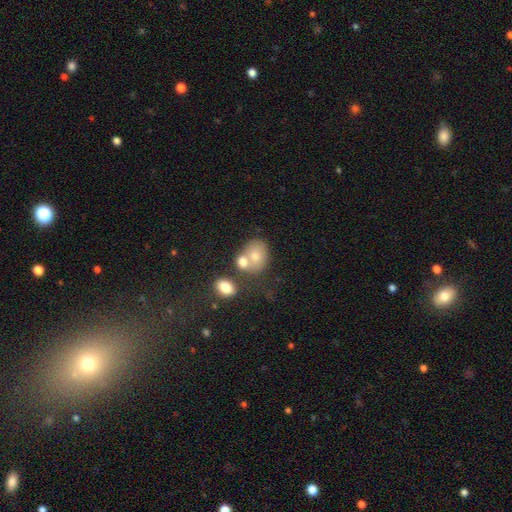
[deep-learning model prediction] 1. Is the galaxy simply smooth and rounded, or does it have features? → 71% smooth, 20% featured or disk, 10% star or artifact.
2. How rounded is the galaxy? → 50% round, 49% in between, 1% cigar-shaped.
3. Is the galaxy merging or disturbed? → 48% merger, 36% none, 11% minor disturbance, 5% major disturbance.